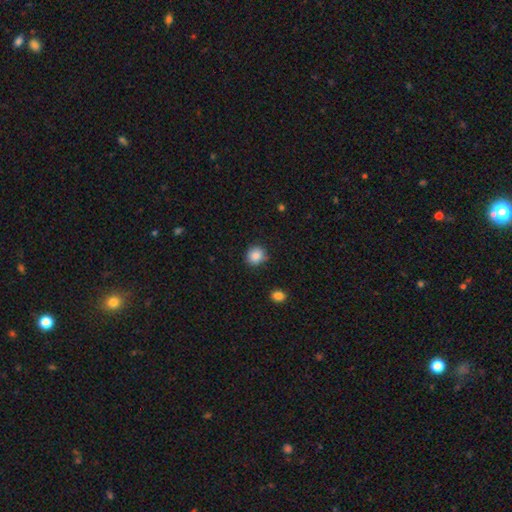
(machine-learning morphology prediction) A smooth galaxy with no disk features (86%) that is round (84%).

Vote fractions:
- Smooth or featured? smooth: 86% / star or artifact: 10% / featured or disk: 5%
- How rounded? round: 84% / in between: 15% / cigar-shaped: 1%
- Merging? none: 81% / minor disturbance: 14% / merger: 3% / major disturbance: 3%